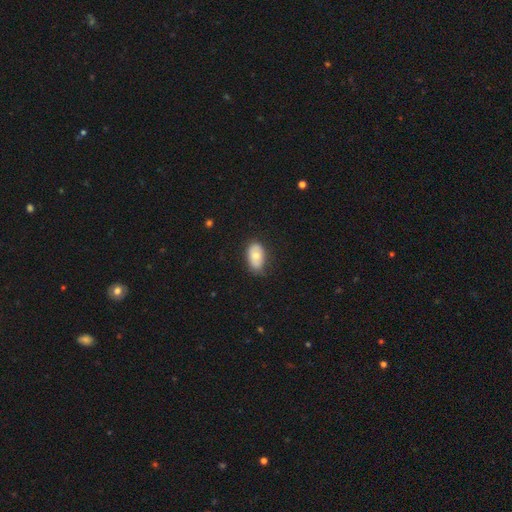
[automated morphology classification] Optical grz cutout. It shows a smooth galaxy with no disk features (74%) that is in between round and cigar-shaped (92%). Merging: none (72%).